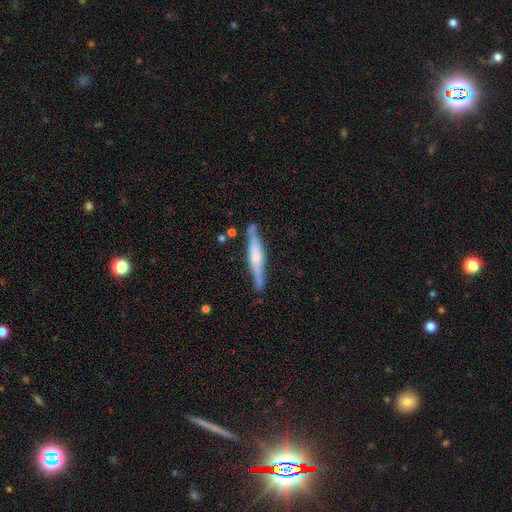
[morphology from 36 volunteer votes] A featured or disk galaxy (78%) viewed edge-on (100%) with a rounded central bulge (57%).

Vote fractions:
- Smooth or featured? featured or disk: 78% / smooth: 17% / star or artifact: 6%
- Edge-on disk? yes: 100% / no: 0%
- Edge-on bulge? rounded: 57% / boxy: 36% / none: 7%
- Merging? none: 85% / minor disturbance: 15% / major disturbance: 0% / merger: 0%